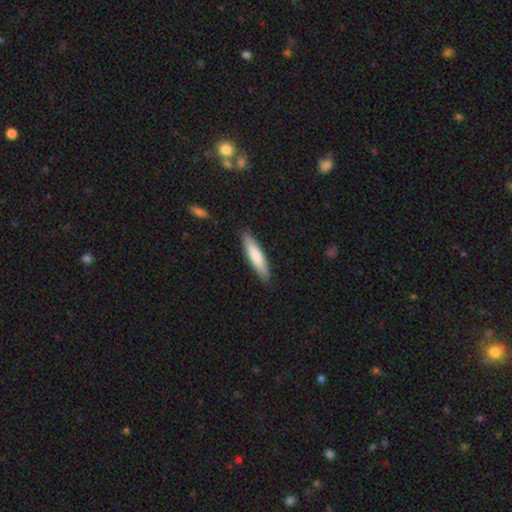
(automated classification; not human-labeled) The model was most divided on "how rounded": cigar-shaped: 79%, in between: 20%, round: 1%. More confident: merging — none (88%); smooth or featured — smooth (80%).